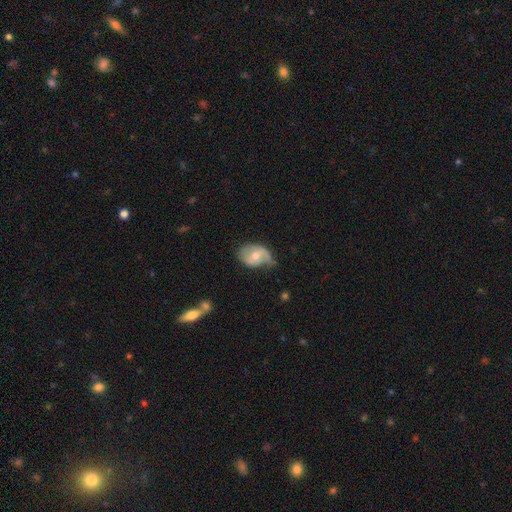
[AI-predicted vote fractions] Smooth or featured: featured or disk — 54% (smooth — 39%)
Edge-on disk: no — 95% (yes — 5%)
Bar: no — 58% (weak — 34%)
Spiral arms: yes — 74% (no — 26%)
Bulge size: moderate — 66% (small — 27%)
Merging: none — 45% (minor disturbance — 38%)